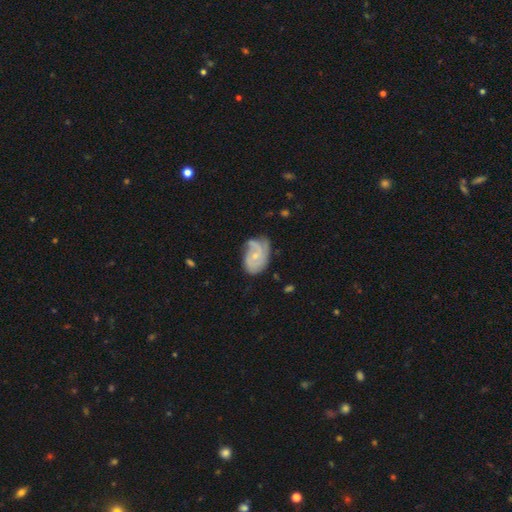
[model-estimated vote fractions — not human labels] Q: Smooth or featured?
A: featured or disk (75%); runner-up: smooth (19%)
Q: Edge-on disk?
A: no (97%); runner-up: yes (3%)
Q: Bar?
A: no (69%); runner-up: weak (27%)
Q: Spiral arms?
A: yes (92%); runner-up: no (8%)
Q: Spiral winding?
A: tight (47%); runner-up: medium (38%)
Q: Spiral arm count?
A: 2 (35%); runner-up: can't tell (24%)
Q: Bulge size?
A: small (67%); runner-up: moderate (29%)
Q: Merging?
A: none (51%); runner-up: minor disturbance (32%)